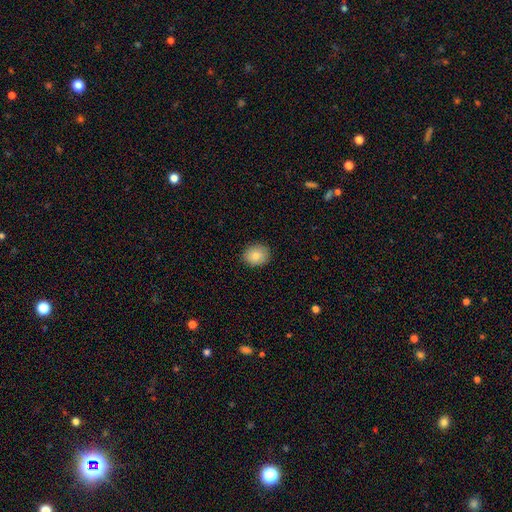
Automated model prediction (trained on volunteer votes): smooth-or-featured: smooth: 84% | featured or disk: 8% | star or artifact: 8%
  how-rounded: round: 63% | in between: 36% | cigar-shaped: 1%
  merging: none: 88% | minor disturbance: 9% | major disturbance: 2% | merger: 1%